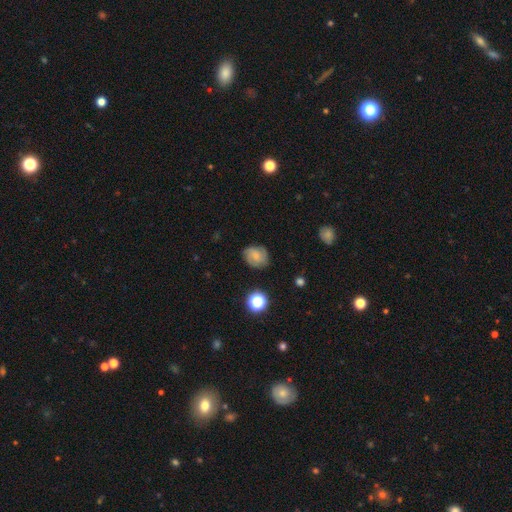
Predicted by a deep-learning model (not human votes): Smooth or featured? Predicted: smooth (p=0.46). Merging? Predicted: none (p=0.78).